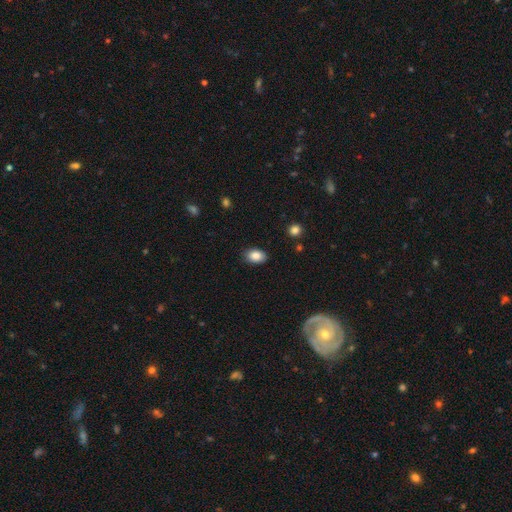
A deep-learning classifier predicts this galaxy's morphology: This is clearly a smooth galaxy (86%). How rounded: clearly in between (85%). Merging: clearly none (85%).